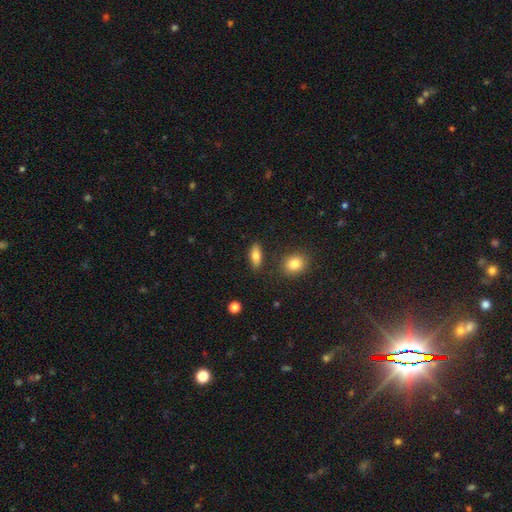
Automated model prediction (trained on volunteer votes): Smooth or featured? Predicted: smooth (p=0.75). How rounded? Predicted: in between (p=0.74). Merging? Predicted: none (p=0.84).